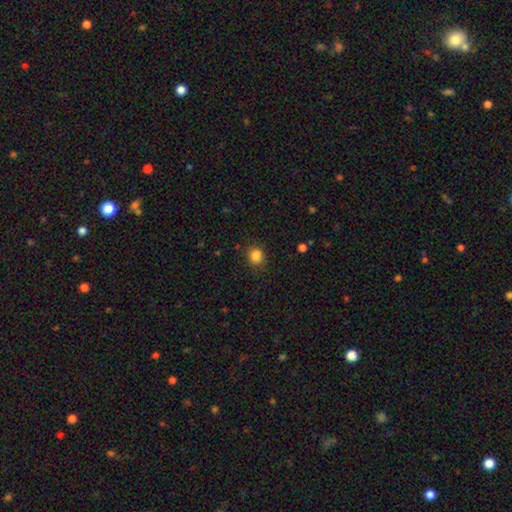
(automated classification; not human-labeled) Smooth or featured? Predicted: smooth (p=0.85). How rounded? Predicted: round (p=0.82). Merging? Predicted: none (p=0.83).